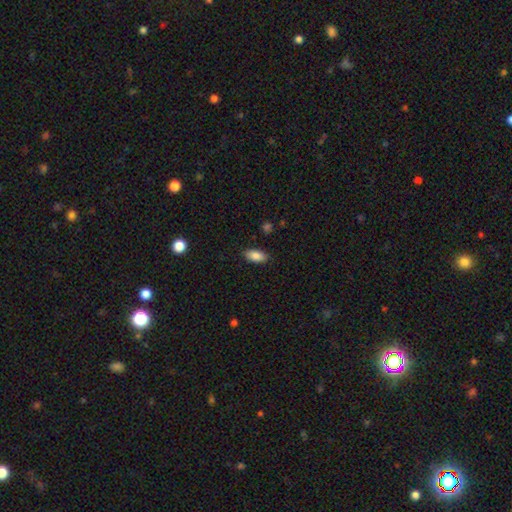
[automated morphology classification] Smooth or featured? Predicted: smooth (p=0.86). How rounded? Predicted: in between (p=0.90). Merging? Predicted: none (p=0.86).